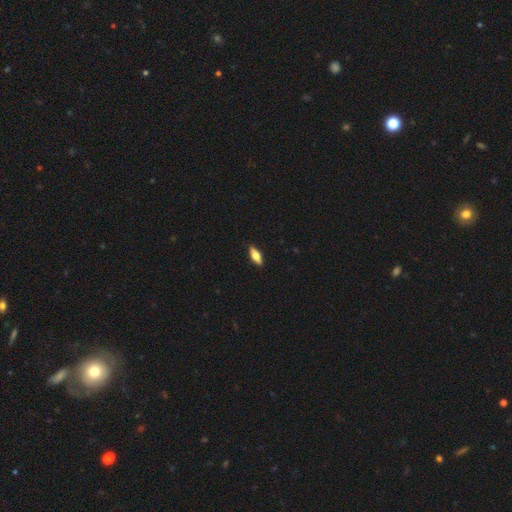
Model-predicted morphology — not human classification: Smooth or featured: smooth — 63% (featured or disk — 30%)
How rounded: in between — 64% (cigar-shaped — 33%)
Merging: none — 89% (minor disturbance — 8%)